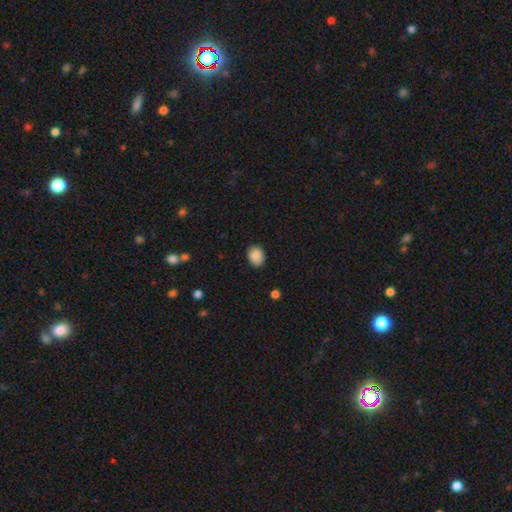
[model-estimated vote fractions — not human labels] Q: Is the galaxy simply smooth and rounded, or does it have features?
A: smooth — 88%.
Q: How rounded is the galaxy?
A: in between — 51%.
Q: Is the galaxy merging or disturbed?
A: none — 81%.